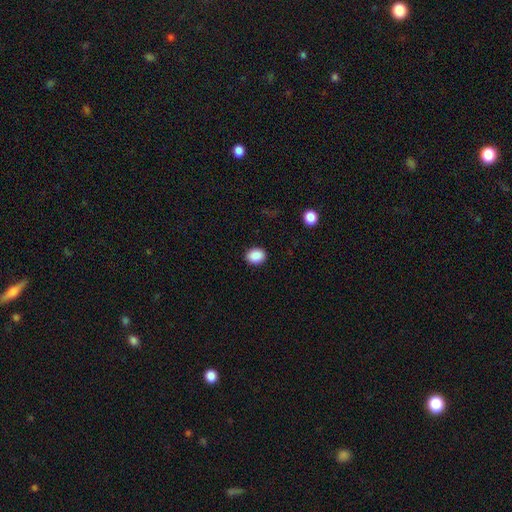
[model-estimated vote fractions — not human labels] Smooth or featured?
  - smooth: 89% *
  - star or artifact: 8%
  - featured or disk: 3%
How rounded?
  - in between: 53% *
  - round: 46%
  - cigar-shaped: 1%
Merging?
  - none: 90% *
  - minor disturbance: 7%
  - major disturbance: 2%
  - merger: 1%